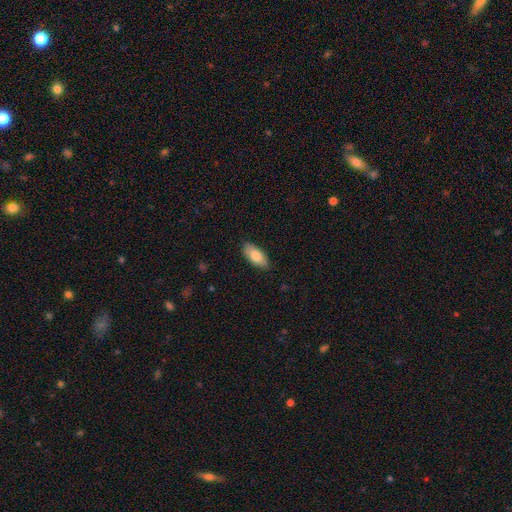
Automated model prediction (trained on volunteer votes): Smooth or featured?
  - smooth: 82% *
  - featured or disk: 12%
  - star or artifact: 6%
How rounded?
  - in between: 89% *
  - cigar-shaped: 9%
  - round: 2%
Merging?
  - none: 86% *
  - minor disturbance: 11%
  - major disturbance: 2%
  - merger: 1%